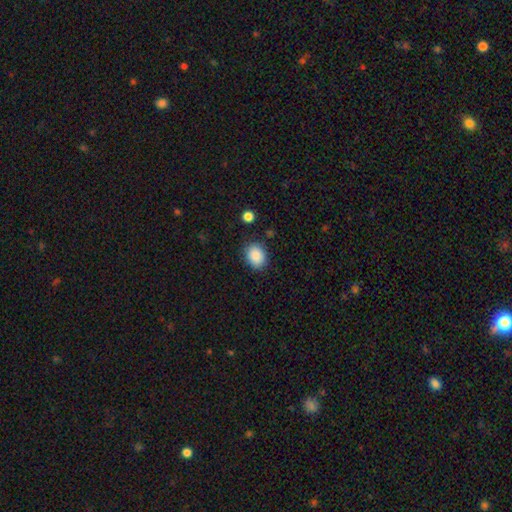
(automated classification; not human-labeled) Smooth or featured?
  - smooth: 88% *
  - star or artifact: 8%
  - featured or disk: 4%
How rounded?
  - in between: 52% *
  - round: 47%
  - cigar-shaped: 1%
Merging?
  - none: 82% *
  - minor disturbance: 13%
  - major disturbance: 3%
  - merger: 2%